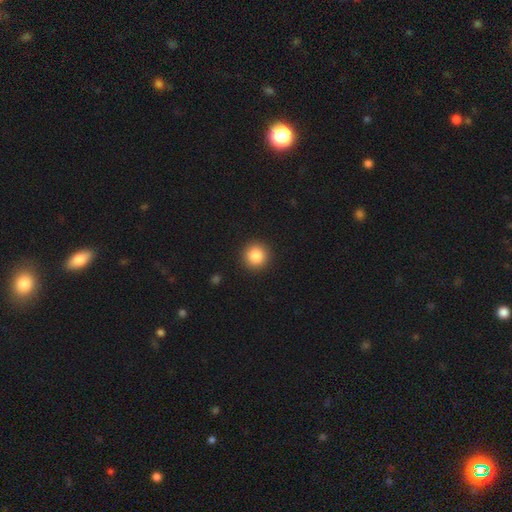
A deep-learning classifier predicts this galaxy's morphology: This is clearly a smooth galaxy (85%). How rounded: clearly round (95%). Merging: clearly none (93%).